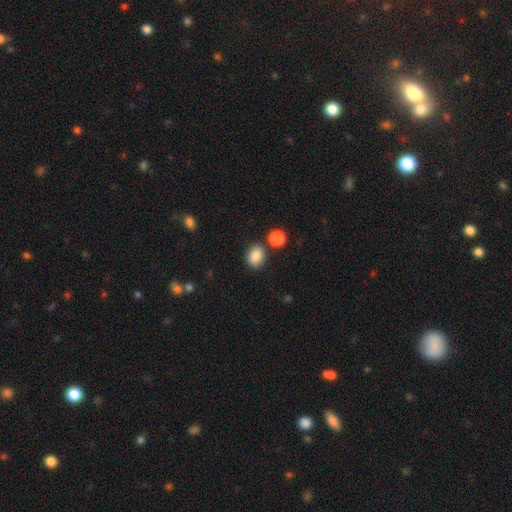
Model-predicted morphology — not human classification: smooth-or-featured: smooth: 86% | star or artifact: 9% | featured or disk: 5%
  how-rounded: in between: 60% | round: 39% | cigar-shaped: 1%
  merging: none: 78% | minor disturbance: 11% | merger: 8% | major disturbance: 3%